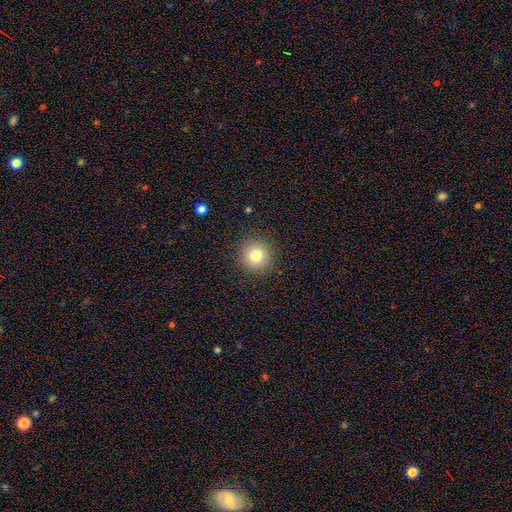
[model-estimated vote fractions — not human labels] A smooth galaxy with no disk features (79%) that is round (93%).

Vote fractions:
- Smooth or featured? smooth: 79% / star or artifact: 13% / featured or disk: 8%
- How rounded? round: 93% / in between: 6% / cigar-shaped: 1%
- Merging? none: 90% / minor disturbance: 6% / major disturbance: 2% / merger: 1%